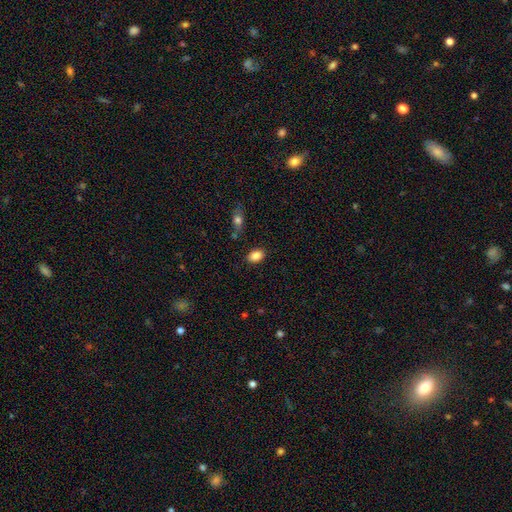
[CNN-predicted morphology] Smooth or featured: smooth — 87% (star or artifact — 8%)
How rounded: in between — 84% (round — 15%)
Merging: none — 84% (minor disturbance — 10%)